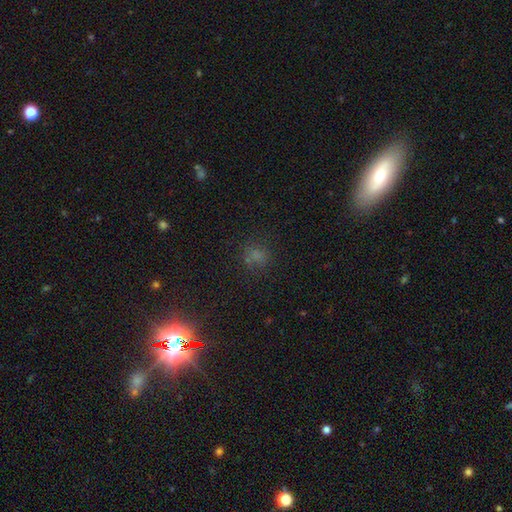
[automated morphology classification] Smooth or featured? Predicted: smooth (p=0.62). How rounded? Predicted: round (p=0.77). Merging? Predicted: none (p=0.73).